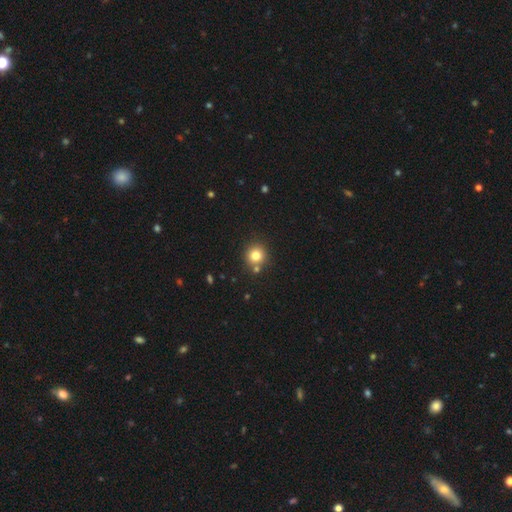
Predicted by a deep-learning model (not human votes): smooth_or_featured: smooth (p=0.79) [alt: star or artifact p=0.13]
how_rounded: round (p=0.91) [alt: in between p=0.08]
merging: none (p=0.78) [alt: merger p=0.11]